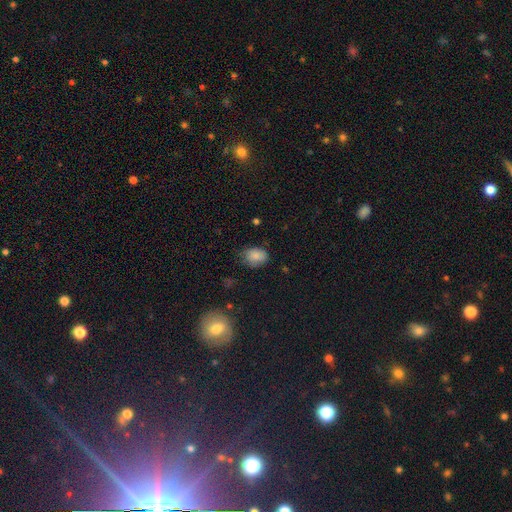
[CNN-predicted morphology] type=smooth (84%); roundness=in between (67%); merging=none (65%).